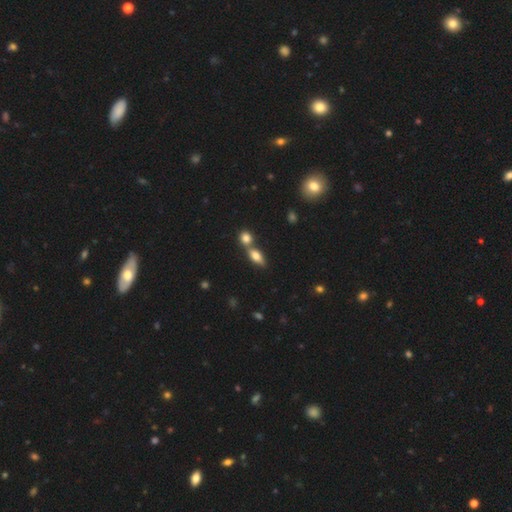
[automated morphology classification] Smooth or featured: smooth — 73% (featured or disk — 18%)
How rounded: in between — 75% (cigar-shaped — 17%)
Merging: merger — 45% (none — 43%)